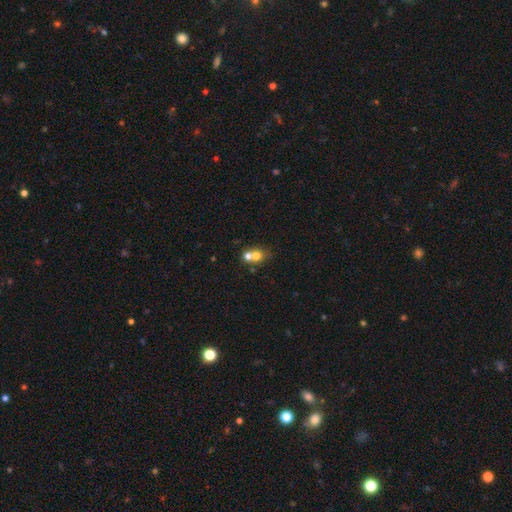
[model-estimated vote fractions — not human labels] The model was most divided on "merging": merger: 55%, none: 35%, minor disturbance: 6%, major disturbance: 3%. More confident: how rounded — round (74%); smooth or featured — smooth (67%).